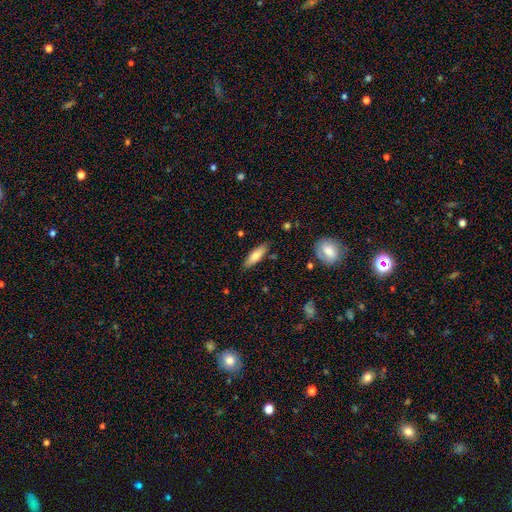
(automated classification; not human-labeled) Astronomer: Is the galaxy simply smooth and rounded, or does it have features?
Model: smooth — 73%.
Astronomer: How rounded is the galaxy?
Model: in between — 50% (runner-up: cigar-shaped, 48%).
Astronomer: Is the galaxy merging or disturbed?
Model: none — 84%.